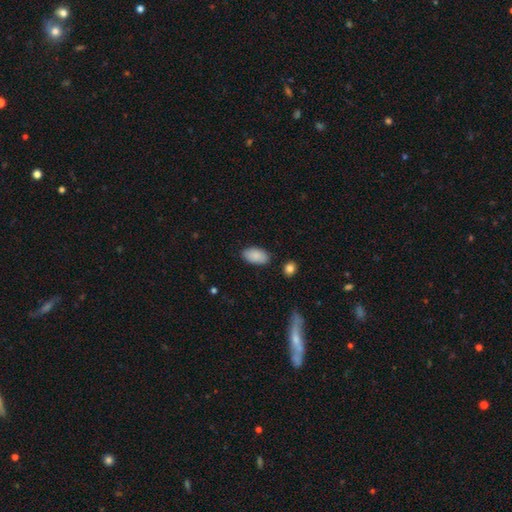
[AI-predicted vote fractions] This is clearly a smooth galaxy (88%). How rounded: clearly in between (95%). Merging: clearly none (84%).